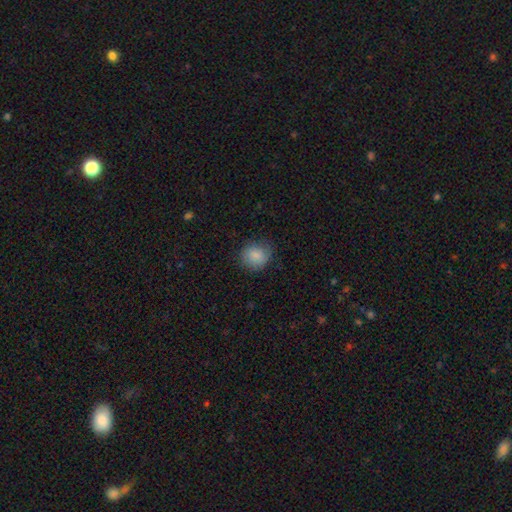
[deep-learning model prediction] smooth-or-featured: smooth: 86% | star or artifact: 8% | featured or disk: 5%
  how-rounded: round: 80% | in between: 19% | cigar-shaped: 1%
  merging: none: 79% | minor disturbance: 16% | major disturbance: 4% | merger: 1%